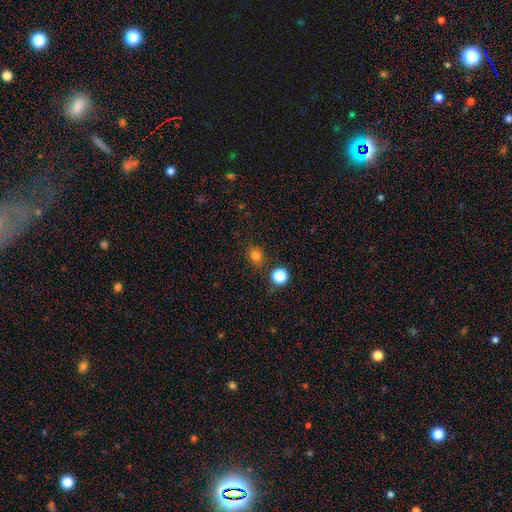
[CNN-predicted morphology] This is clearly a smooth galaxy (80%). How rounded: likely round (77%). Merging: clearly none (84%).